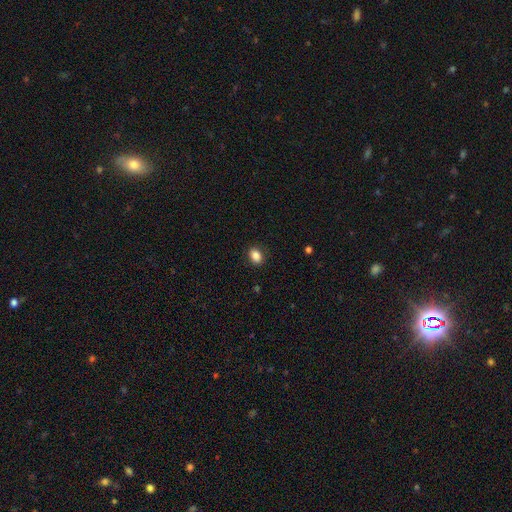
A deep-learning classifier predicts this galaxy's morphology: This is clearly a smooth galaxy (86%). How rounded: likely in between (76%). Merging: clearly none (88%).